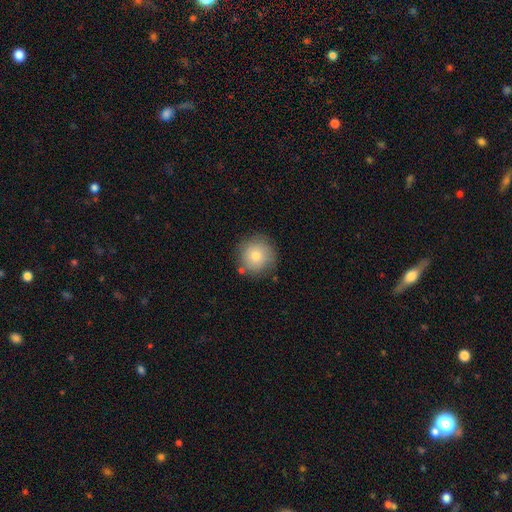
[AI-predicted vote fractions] Smooth or featured?
  - smooth: 77% *
  - featured or disk: 13%
  - star or artifact: 10%
How rounded?
  - round: 94% *
  - in between: 5%
  - cigar-shaped: 1%
Merging?
  - none: 82% *
  - minor disturbance: 12%
  - merger: 4%
  - major disturbance: 3%